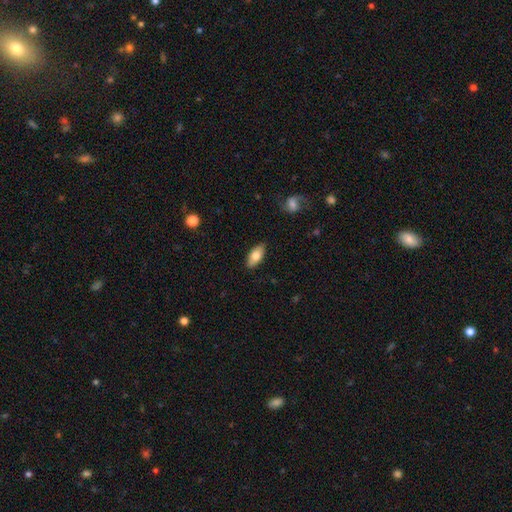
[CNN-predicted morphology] This appears to be a smooth galaxy with no disk features (78%) that is in between round and cigar-shaped (88%). Merging: none (87%).